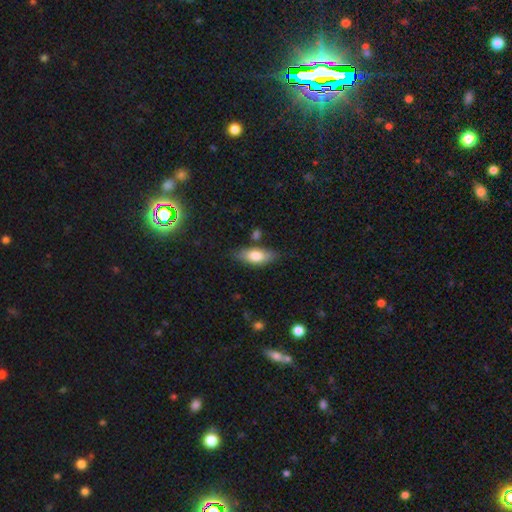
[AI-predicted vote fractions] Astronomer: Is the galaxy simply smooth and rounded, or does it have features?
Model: smooth — 75%.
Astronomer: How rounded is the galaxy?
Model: in between — 81%.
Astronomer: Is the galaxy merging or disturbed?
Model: none — 73%.